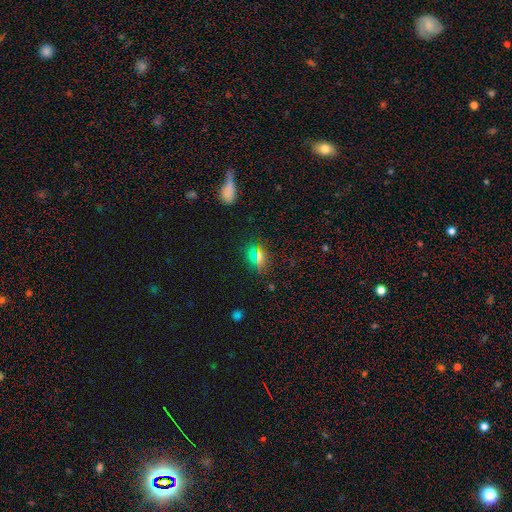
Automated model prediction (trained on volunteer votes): This appears to be a smooth galaxy with no disk features (61%) that is in between round and cigar-shaped (52%). Merging: none (83%).